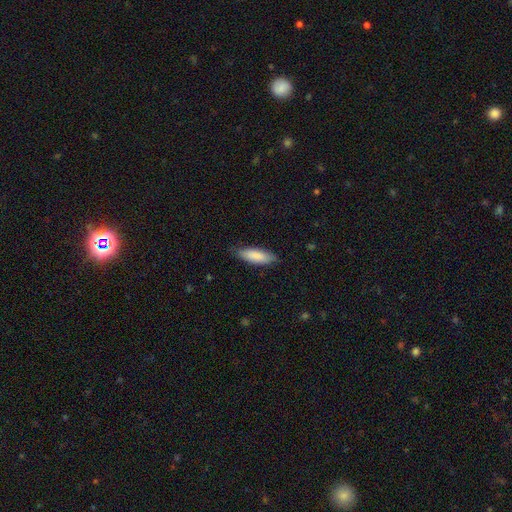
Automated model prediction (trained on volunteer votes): Morphology: type=smooth (86%); roundness=in between (58%); merging=none (79%).